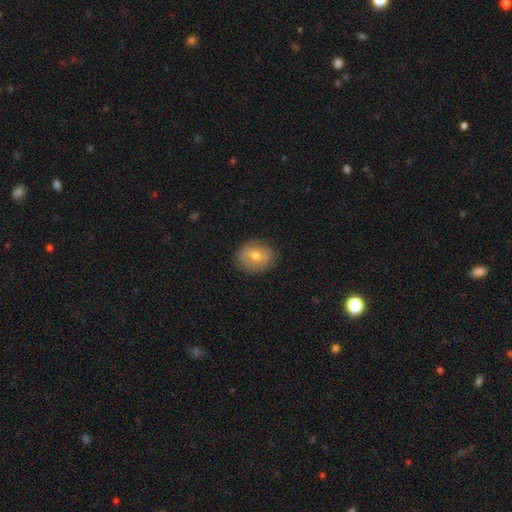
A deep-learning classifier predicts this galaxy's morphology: Q: Smooth or featured?
A: smooth (65%); runner-up: featured or disk (25%)
Q: How rounded?
A: round (57%); runner-up: in between (41%)
Q: Merging?
A: none (86%); runner-up: minor disturbance (10%)